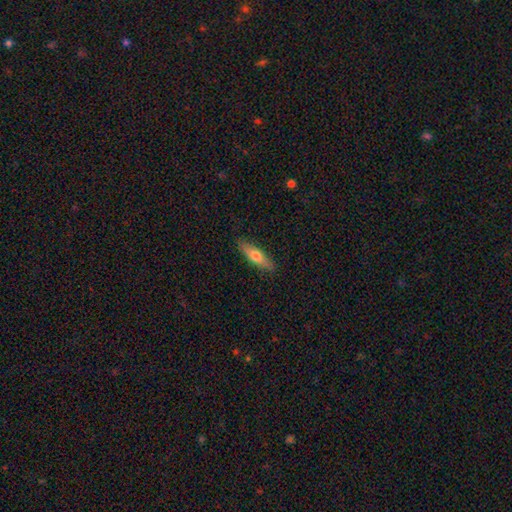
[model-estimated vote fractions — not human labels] This appears to be a smooth galaxy with no disk features (60%) that is cigar-shaped (63%). Merging: none (88%).